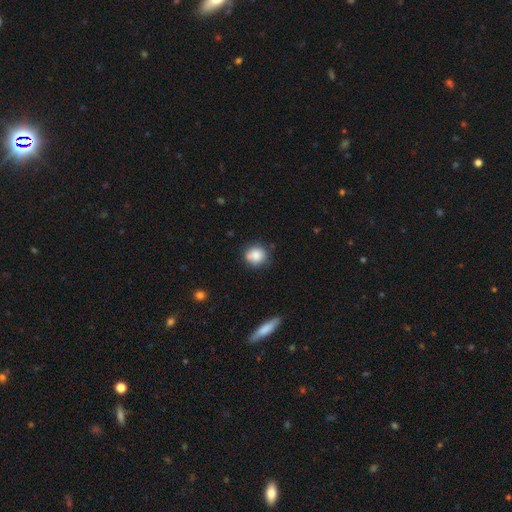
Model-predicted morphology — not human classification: Smooth or featured: smooth — 84% (star or artifact — 9%)
How rounded: round — 85% (in between — 14%)
Merging: none — 72% (minor disturbance — 19%)